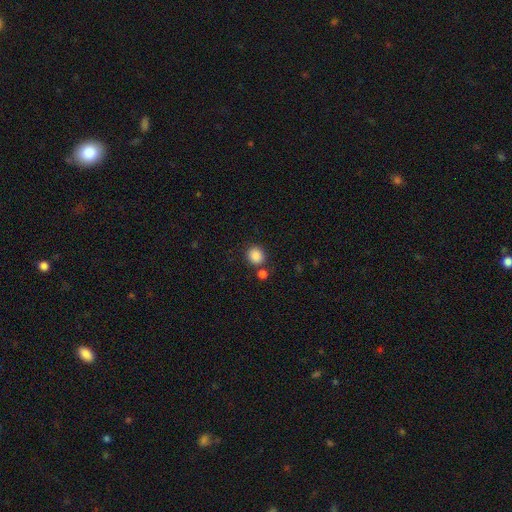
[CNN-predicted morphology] Smooth or featured? Predicted: smooth (p=0.87). How rounded? Predicted: round (p=0.82). Merging? Predicted: none (p=0.75).